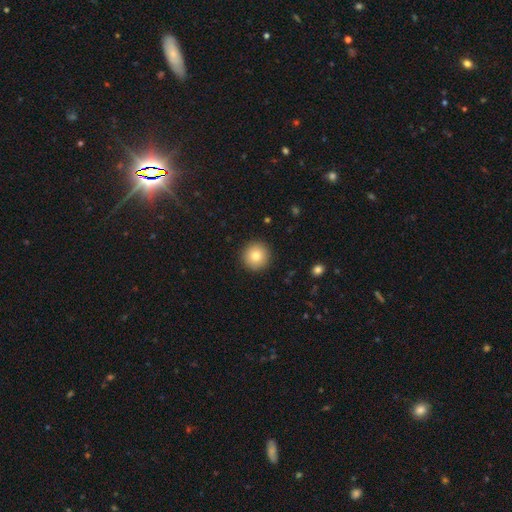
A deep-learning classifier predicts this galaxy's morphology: Smooth or featured: smooth — 81% (star or artifact — 9%)
How rounded: round — 96% (in between — 3%)
Merging: none — 92% (minor disturbance — 5%)